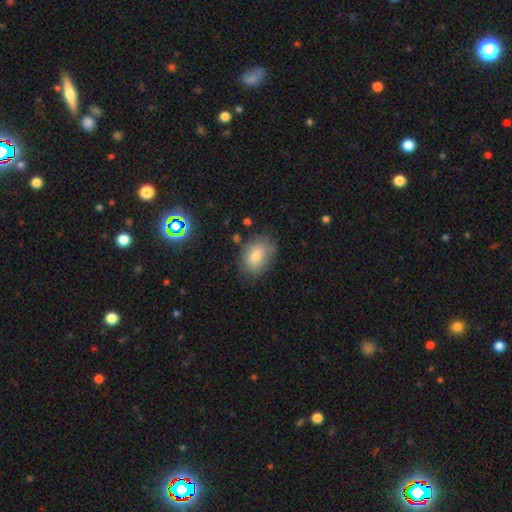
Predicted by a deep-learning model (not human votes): Overall: smooth (74%). How rounded: in between (78%). Merging: none (72%).